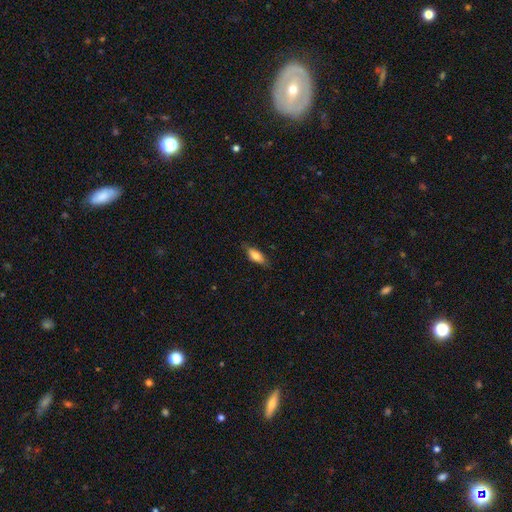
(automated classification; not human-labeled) This appears to be a smooth galaxy with no disk features (72%) that is in between round and cigar-shaped (67%). Merging: none (79%).